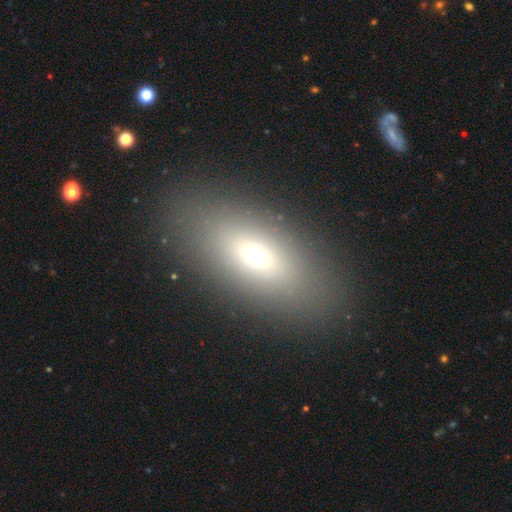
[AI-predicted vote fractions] Smooth or featured: smooth — 64% (featured or disk — 24%)
How rounded: in between — 80% (cigar-shaped — 14%)
Merging: none — 86% (minor disturbance — 8%)